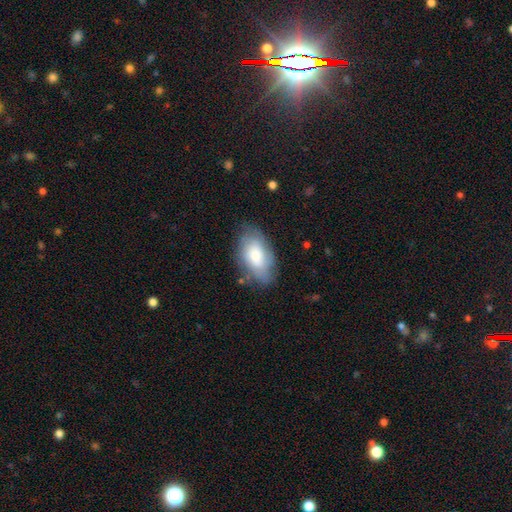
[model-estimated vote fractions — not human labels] smooth 66%, featured or disk 27%, star or artifact 7%. Down the decision tree: how rounded — in between (93%); merging — none (69%).